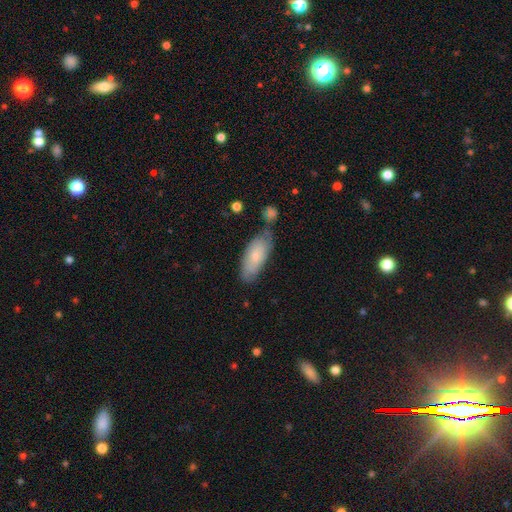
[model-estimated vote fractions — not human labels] Overall: smooth (70%). How rounded: in between (82%). Merging: none (55%; minor disturbance 24%).